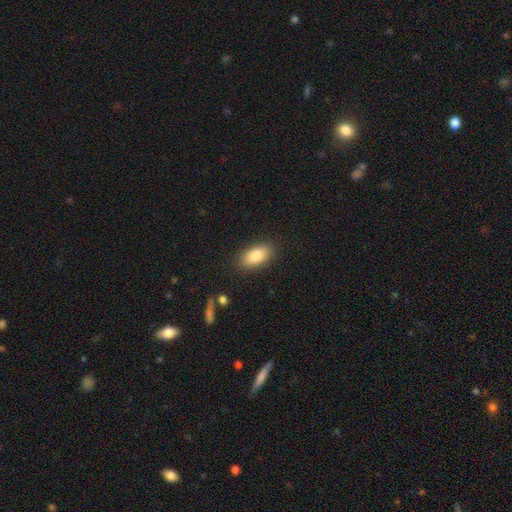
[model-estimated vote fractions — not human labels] A smooth galaxy with no disk features (84%) that is in between round and cigar-shaped (92%).

Vote fractions:
- Smooth or featured? smooth: 84% / featured or disk: 9% / star or artifact: 7%
- How rounded? in between: 92% / round: 4% / cigar-shaped: 4%
- Merging? none: 86% / minor disturbance: 10% / major disturbance: 3% / merger: 1%